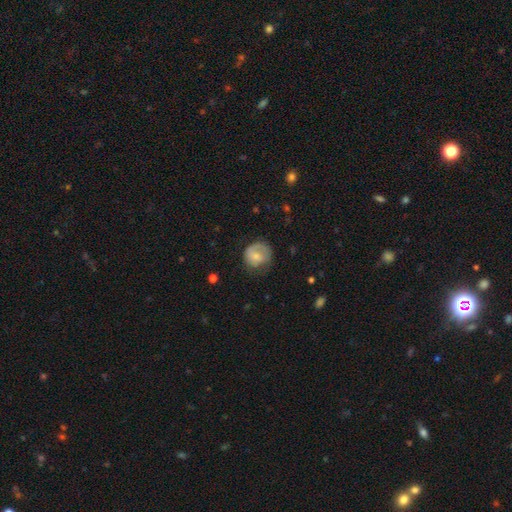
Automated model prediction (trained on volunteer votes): Q: Smooth or featured?
A: smooth (59%); runner-up: featured or disk (34%)
Q: How rounded?
A: round (80%); runner-up: in between (19%)
Q: Merging?
A: none (56%); runner-up: minor disturbance (25%)